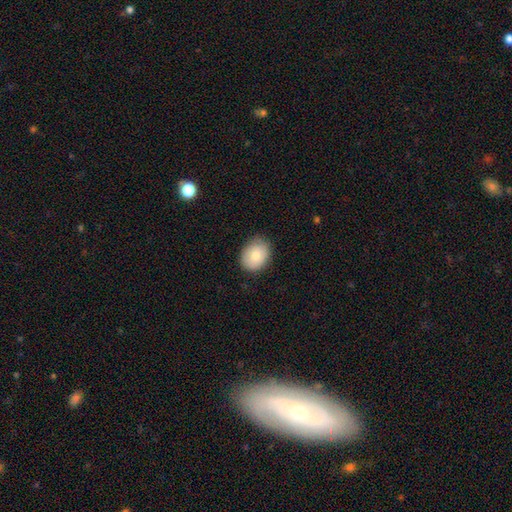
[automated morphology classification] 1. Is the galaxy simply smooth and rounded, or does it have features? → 78% smooth, 15% featured or disk, 7% star or artifact.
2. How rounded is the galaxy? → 60% in between, 39% round, 1% cigar-shaped.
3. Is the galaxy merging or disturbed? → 80% none, 16% minor disturbance, 3% major disturbance, 1% merger.